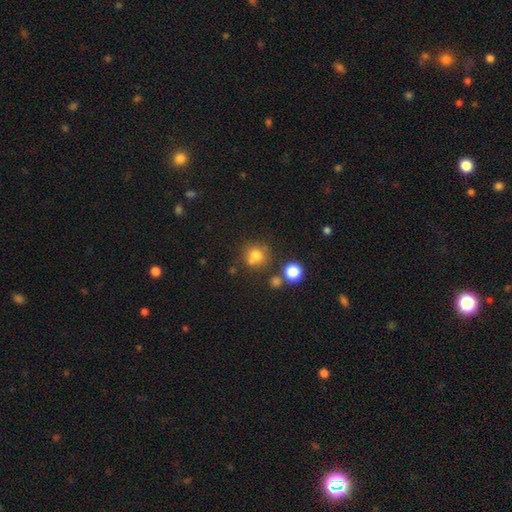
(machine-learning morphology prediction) Q: Smooth or featured?
A: smooth (75%); runner-up: star or artifact (15%)
Q: How rounded?
A: round (88%); runner-up: in between (11%)
Q: Merging?
A: none (64%); runner-up: merger (18%)